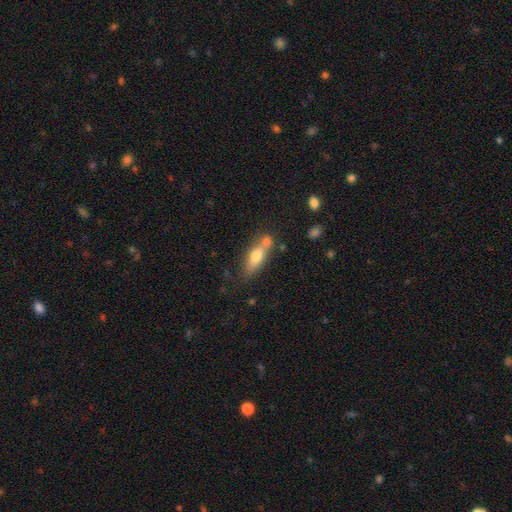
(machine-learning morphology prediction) Smooth or featured? smooth (66%)
How rounded? in between (59%)
Merging? none (47%)